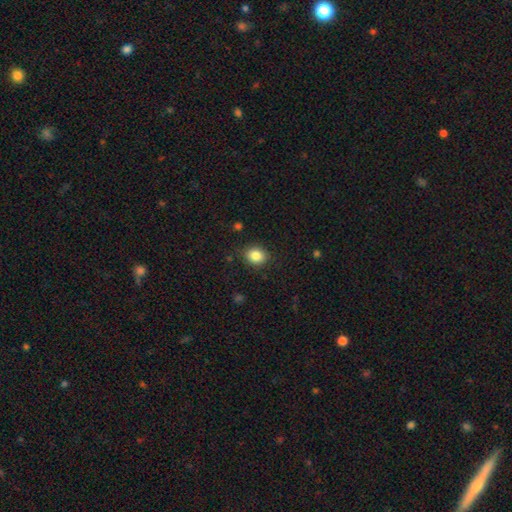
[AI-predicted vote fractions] Morphology: type=smooth (85%); roundness=round (60%); merging=none (87%).